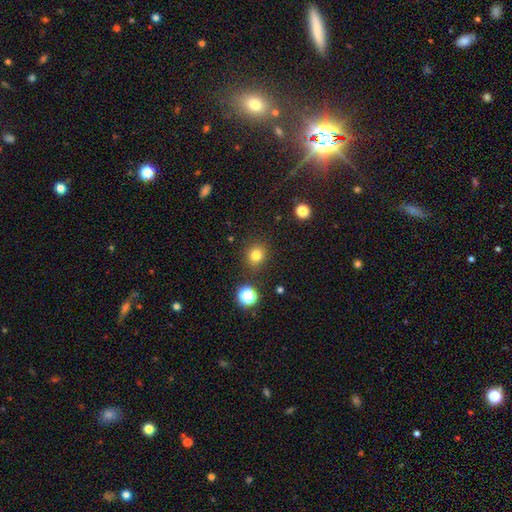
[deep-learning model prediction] Smooth or featured? Predicted: smooth (p=0.79). How rounded? Predicted: round (p=0.80). Merging? Predicted: none (p=0.86).